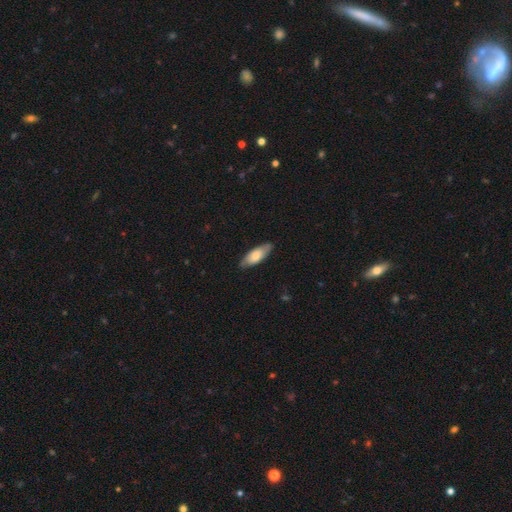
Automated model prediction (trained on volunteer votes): Smooth or featured?
  - smooth: 70% *
  - featured or disk: 25%
  - star or artifact: 5%
How rounded?
  - in between: 75% *
  - cigar-shaped: 23%
  - round: 2%
Merging?
  - none: 81% *
  - minor disturbance: 16%
  - major disturbance: 2%
  - merger: 1%